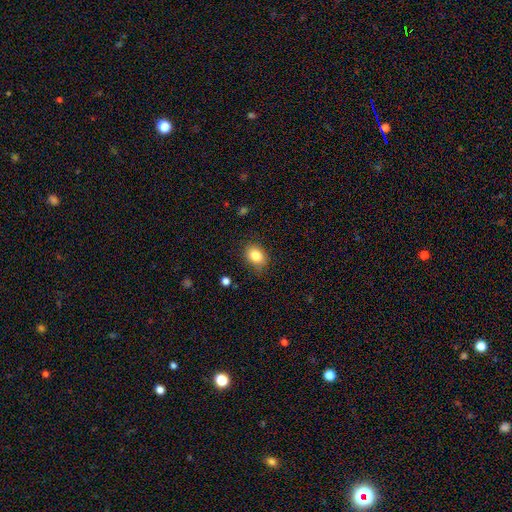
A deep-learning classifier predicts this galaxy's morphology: This appears to be a smooth galaxy with no disk features (83%) that is in between round and cigar-shaped (58%). Merging: none (78%).